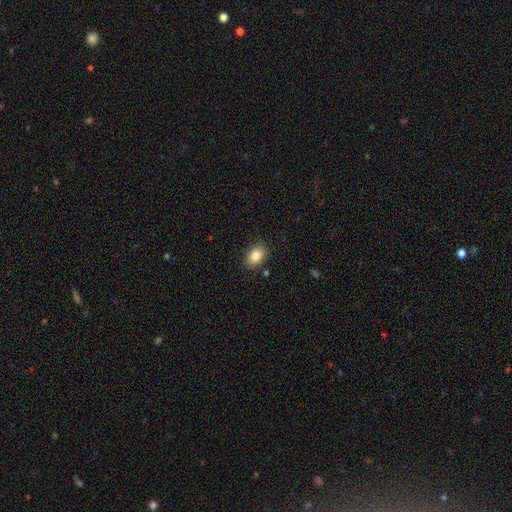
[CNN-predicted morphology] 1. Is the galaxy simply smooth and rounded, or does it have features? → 85% smooth, 8% star or artifact, 7% featured or disk.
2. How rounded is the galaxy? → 79% in between, 20% round, 1% cigar-shaped.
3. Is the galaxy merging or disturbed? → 86% none, 10% minor disturbance, 2% major disturbance, 1% merger.